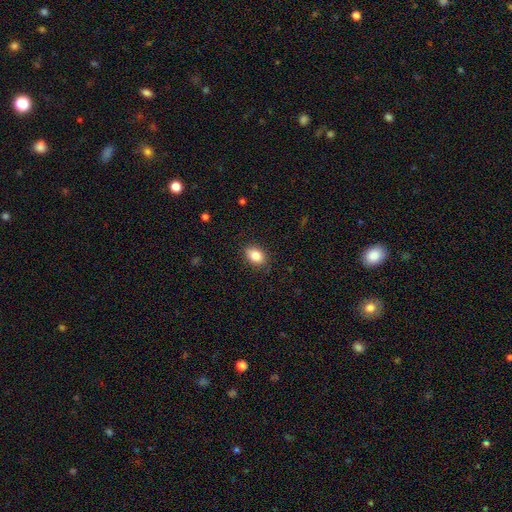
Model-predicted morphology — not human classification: type=smooth (85%); roundness=in between (78%); merging=none (85%).